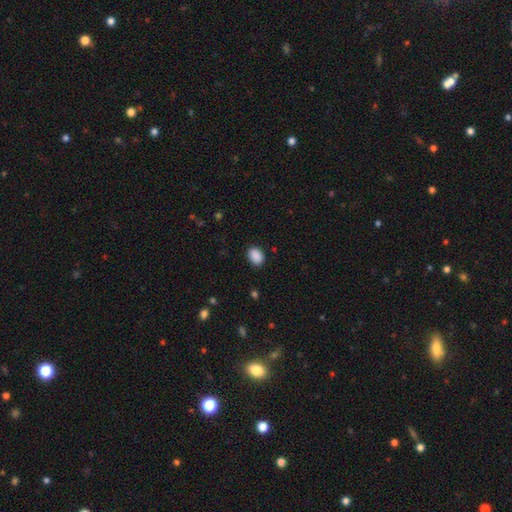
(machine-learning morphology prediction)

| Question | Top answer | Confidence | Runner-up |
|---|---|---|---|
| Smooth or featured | smooth | 90% | star or artifact (8%) |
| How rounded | in between | 73% | round (27%) |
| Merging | none | 89% | minor disturbance (8%) |